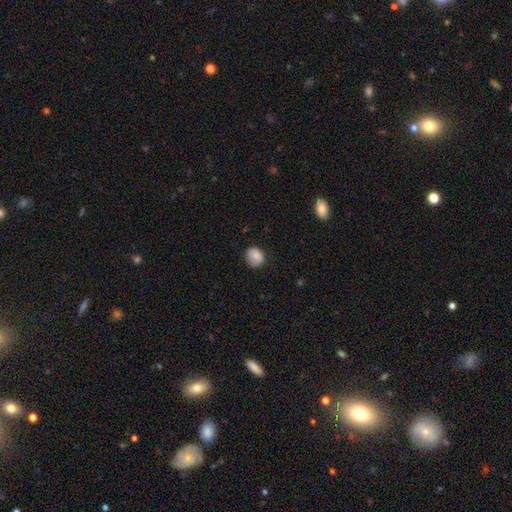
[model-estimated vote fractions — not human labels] This appears to be a smooth galaxy with no disk features (82%) that is round (61%). Merging: none (67%).